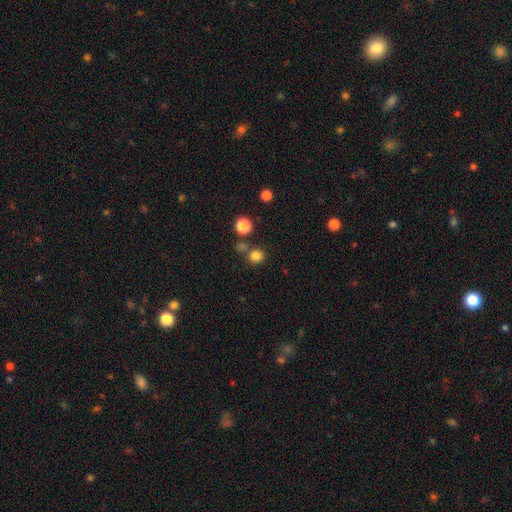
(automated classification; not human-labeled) This is likely a smooth galaxy (80%). How rounded: clearly round (87%). Merging: likely none (72%).